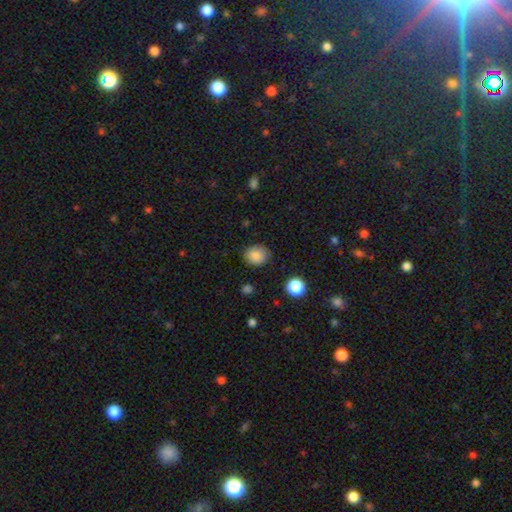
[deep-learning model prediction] Overall: smooth (85%). How rounded: round (74%). Merging: none (83%).